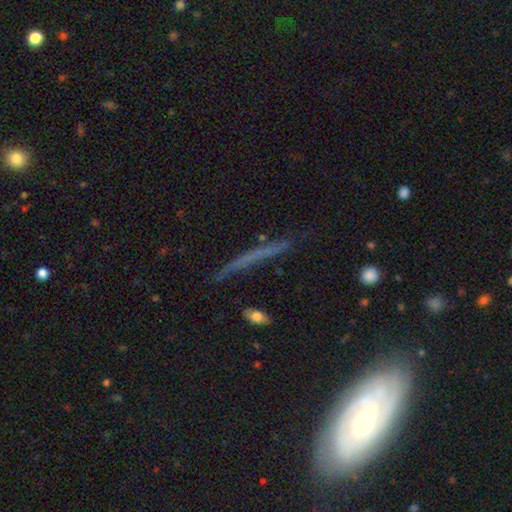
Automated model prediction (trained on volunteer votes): The model was most divided on "smooth or featured": featured or disk: 55%, smooth: 27%, star or artifact: 18%. More confident: merging — none (77%); edge-on disk — yes (69%).